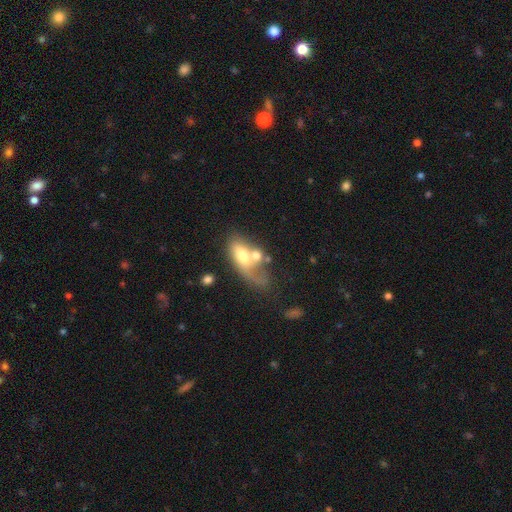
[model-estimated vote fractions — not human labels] Overall: smooth (57%; featured or disk 35%). How rounded: in between (82%). Merging: merger (50%; major disturbance 22%).